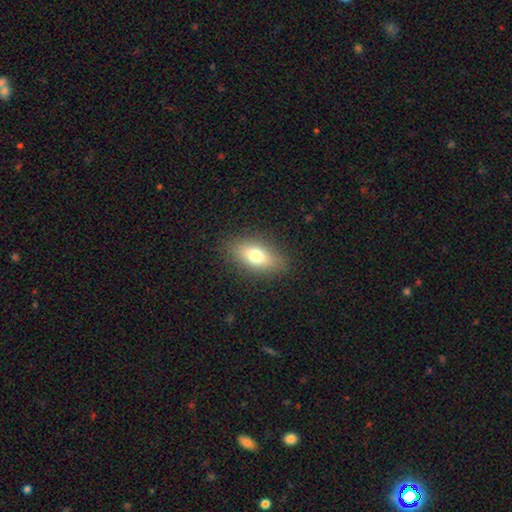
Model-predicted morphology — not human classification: type=smooth (74%); roundness=in between (83%); merging=none (86%).